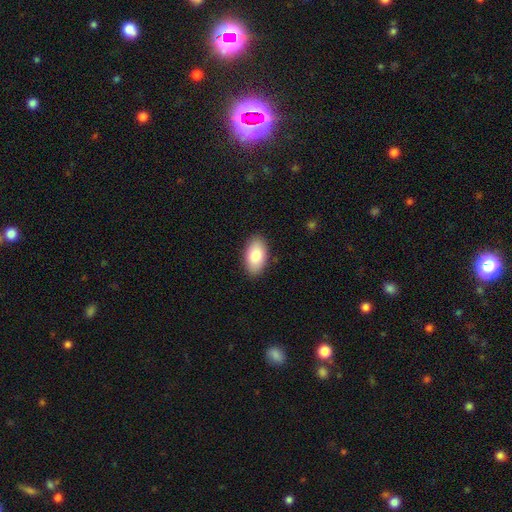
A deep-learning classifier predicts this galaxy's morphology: smooth 84%, featured or disk 10%, star or artifact 6%. Down the decision tree: how rounded — in between (95%); merging — none (88%).